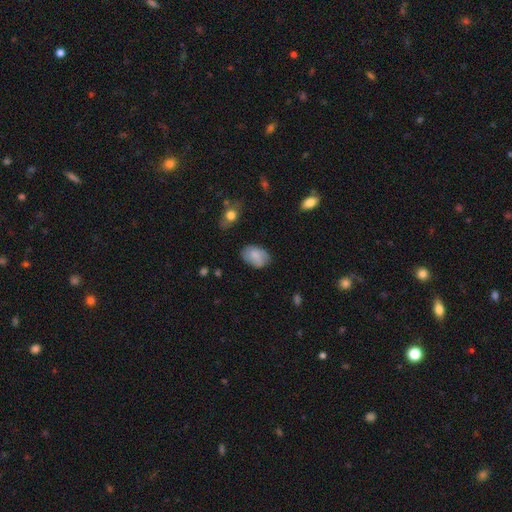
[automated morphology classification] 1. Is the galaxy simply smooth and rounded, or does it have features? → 82% smooth, 11% featured or disk, 7% star or artifact.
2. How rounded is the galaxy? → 87% in between, 12% round, 1% cigar-shaped.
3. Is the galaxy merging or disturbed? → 77% none, 18% minor disturbance, 4% major disturbance, 1% merger.